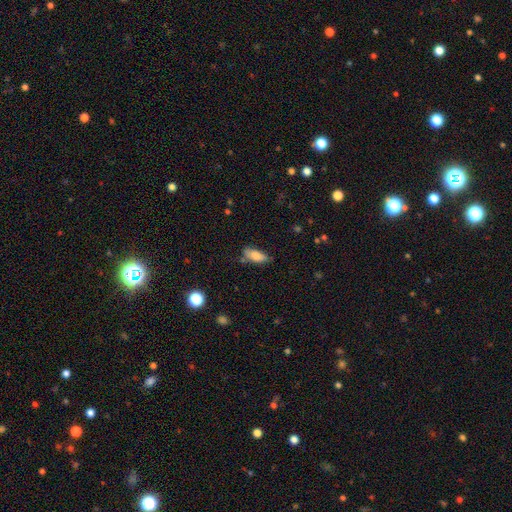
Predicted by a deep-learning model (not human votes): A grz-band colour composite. It shows a smooth galaxy with no disk features (82%) that is in between round and cigar-shaped (81%). Merging: none (63%).